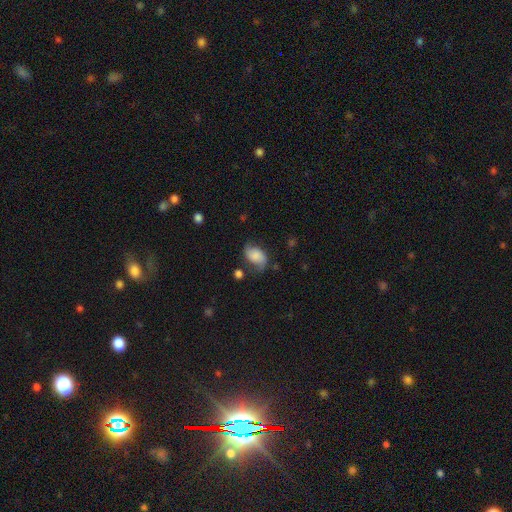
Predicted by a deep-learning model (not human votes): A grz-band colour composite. It shows a smooth galaxy with no disk features (58%) that is in between round and cigar-shaped (85%). Merging: none (54%).